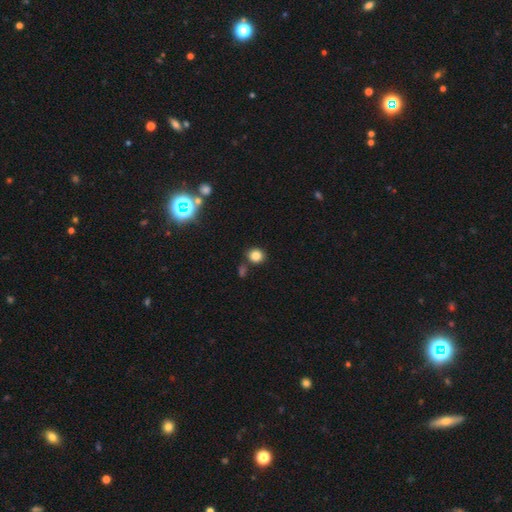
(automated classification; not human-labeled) Smooth or featured? smooth (83%)
How rounded? round (81%)
Merging? none (79%)